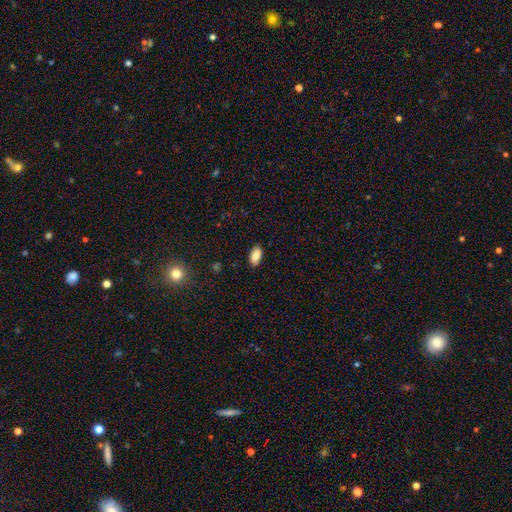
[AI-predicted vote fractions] This is clearly a smooth galaxy (86%). How rounded: clearly in between (91%). Merging: clearly none (86%).